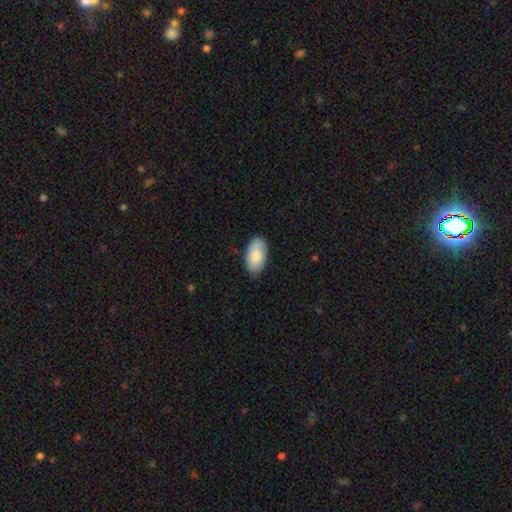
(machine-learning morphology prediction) This is clearly a smooth galaxy (82%). How rounded: clearly in between (95%). Merging: clearly none (83%).